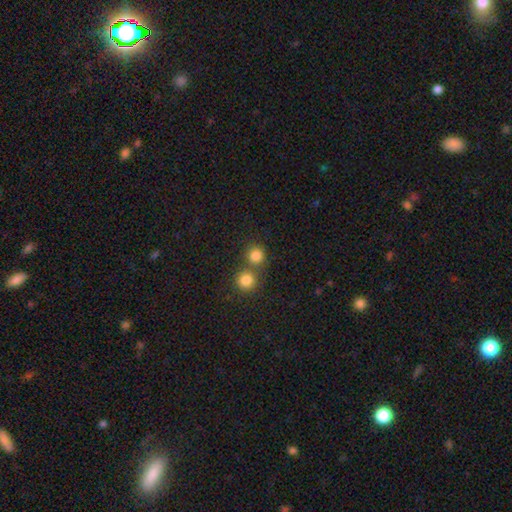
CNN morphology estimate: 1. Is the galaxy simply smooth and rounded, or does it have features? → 83% smooth, 12% star or artifact, 5% featured or disk.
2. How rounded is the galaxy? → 91% round, 8% in between, 1% cigar-shaped.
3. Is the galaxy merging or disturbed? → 62% none, 30% merger, 6% minor disturbance, 2% major disturbance.